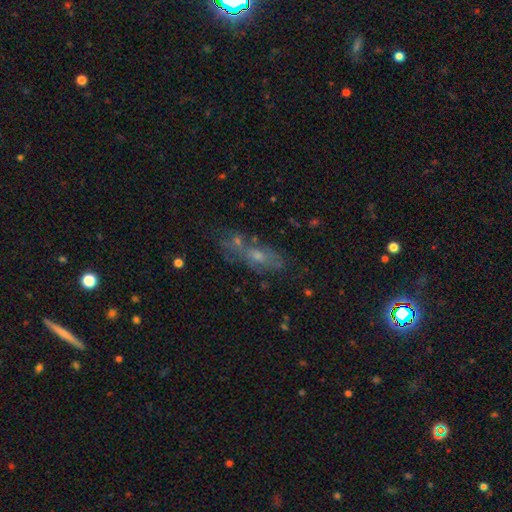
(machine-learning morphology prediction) A smooth galaxy with no disk features (42%).

Vote fractions:
- Smooth or featured? smooth: 42% / featured or disk: 40% / star or artifact: 18%
- Merging? none: 52% / merger: 20% / minor disturbance: 18% / major disturbance: 10%